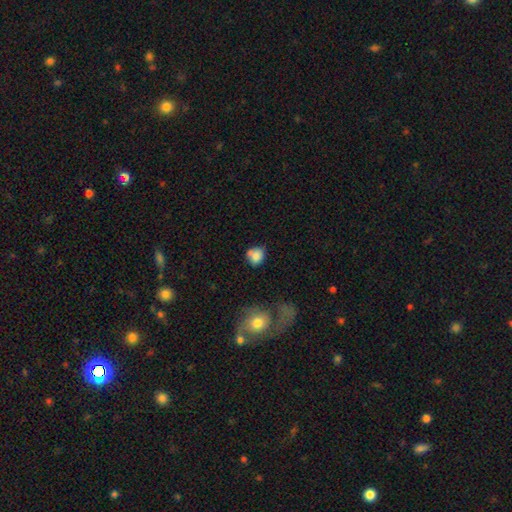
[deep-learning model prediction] This is clearly a smooth galaxy (80%). How rounded: likely round (62%). Merging: possibly none (51%).